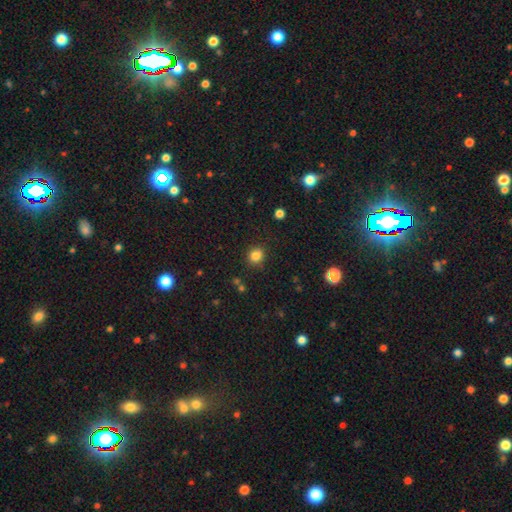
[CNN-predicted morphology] Q: Smooth or featured?
A: smooth (83%); runner-up: star or artifact (13%)
Q: How rounded?
A: round (85%); runner-up: in between (14%)
Q: Merging?
A: none (86%); runner-up: minor disturbance (9%)